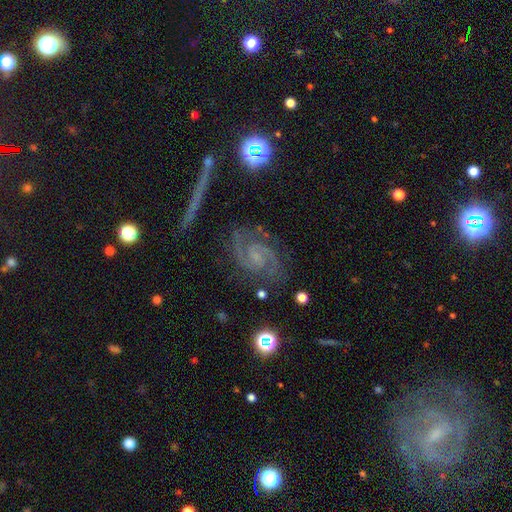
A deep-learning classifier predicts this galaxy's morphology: This appears to be a featured or disk galaxy (88%) with no bar (49%), 2 (91%) medium (54%) spiral arms (98%) and a small central bulge (58%). Merging: none (77%).